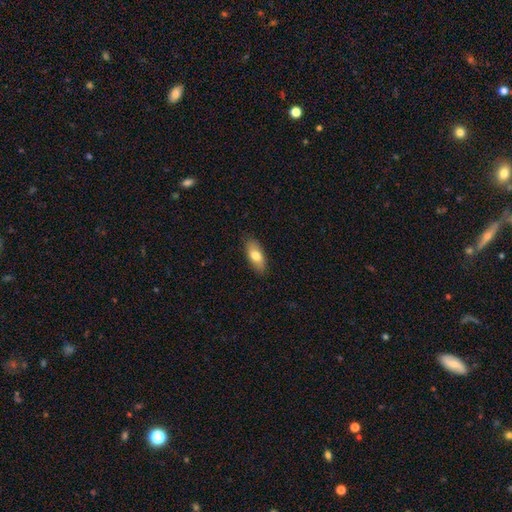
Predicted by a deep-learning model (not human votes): A smooth galaxy with no disk features (77%) that is in between round and cigar-shaped (83%).

Vote fractions:
- Smooth or featured? smooth: 77% / featured or disk: 17% / star or artifact: 6%
- How rounded? in between: 83% / cigar-shaped: 14% / round: 3%
- Merging? none: 86% / minor disturbance: 10% / major disturbance: 2% / merger: 1%